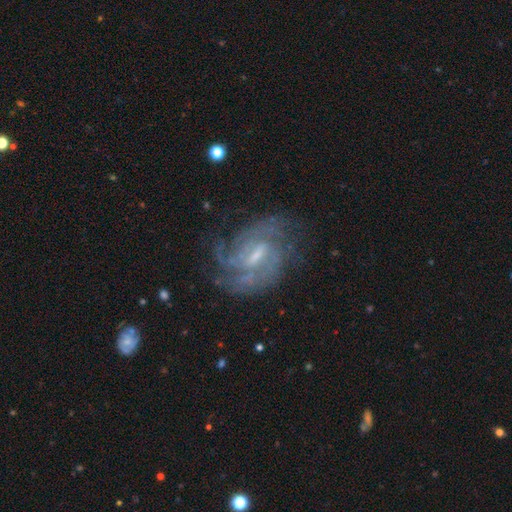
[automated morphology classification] type=featured or disk (87%); edge-on=no (97%); bar=weak (57%); spiral arms=yes (95%); winding=tight (49%); arm count=can't tell (30%); bulge=small (48%); merging=none (66%).